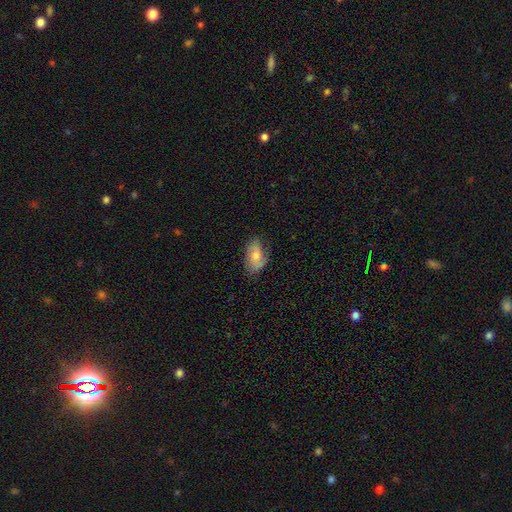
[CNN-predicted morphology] Smooth or featured?
  - smooth: 51% *
  - featured or disk: 40%
  - star or artifact: 9%
How rounded?
  - in between: 90% *
  - round: 8%
  - cigar-shaped: 3%
Merging?
  - none: 68% *
  - minor disturbance: 24%
  - major disturbance: 8%
  - merger: 1%